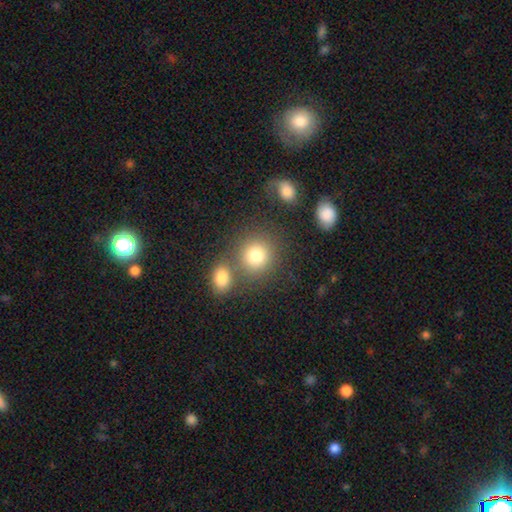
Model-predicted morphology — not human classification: smooth-or-featured: smooth: 80% | star or artifact: 11% | featured or disk: 9%
  how-rounded: round: 83% | in between: 16% | cigar-shaped: 1%
  merging: none: 64% | merger: 22% | minor disturbance: 9% | major disturbance: 4%